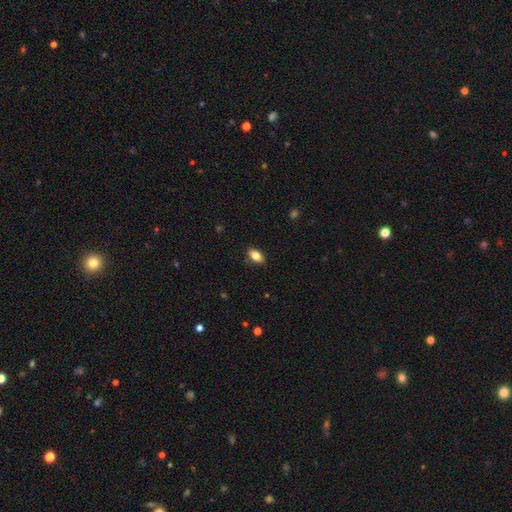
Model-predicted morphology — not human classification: smooth 83%, featured or disk 9%, star or artifact 8%. Down the decision tree: how rounded — in between (89%); merging — none (86%).